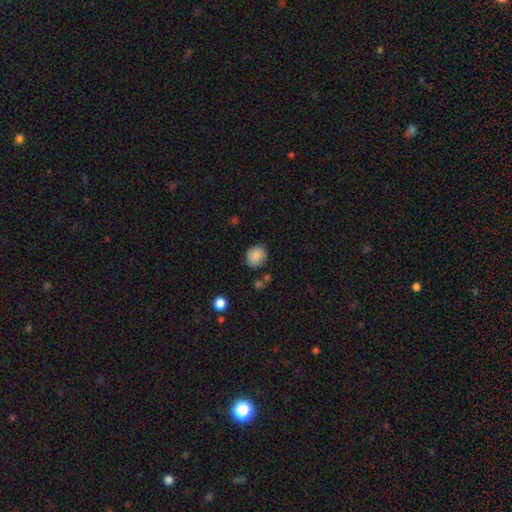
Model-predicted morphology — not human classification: Overall: smooth (87%). How rounded: round (55%; in between 44%). Merging: none (80%).